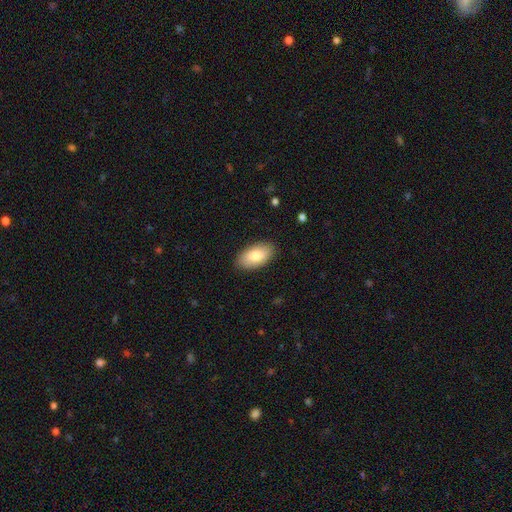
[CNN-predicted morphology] smooth-or-featured: smooth: 78% | featured or disk: 16% | star or artifact: 6%
  how-rounded: in between: 94% | round: 3% | cigar-shaped: 3%
  merging: none: 86% | minor disturbance: 10% | major disturbance: 2% | merger: 1%